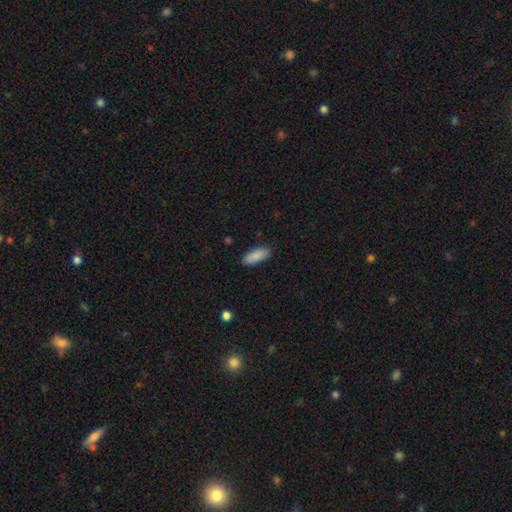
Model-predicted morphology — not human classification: smooth-or-featured: smooth: 88% | star or artifact: 6% | featured or disk: 6%
  how-rounded: in between: 76% | cigar-shaped: 23% | round: 2%
  merging: none: 86% | minor disturbance: 11% | major disturbance: 2% | merger: 1%